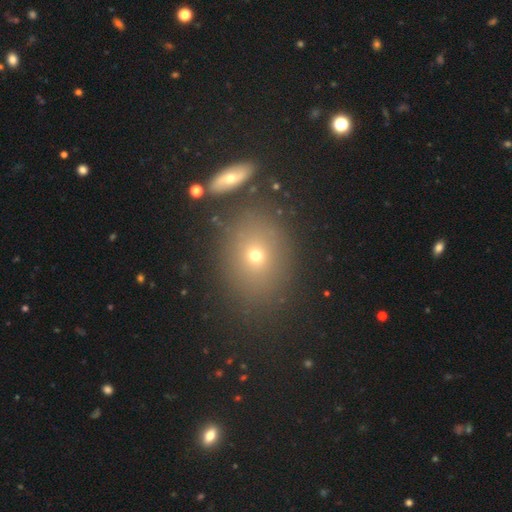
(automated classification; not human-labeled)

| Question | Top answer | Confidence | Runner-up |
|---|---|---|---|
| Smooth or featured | smooth | 66% | star or artifact (19%) |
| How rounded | round | 51% | in between (47%) |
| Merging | none | 77% | minor disturbance (11%) |